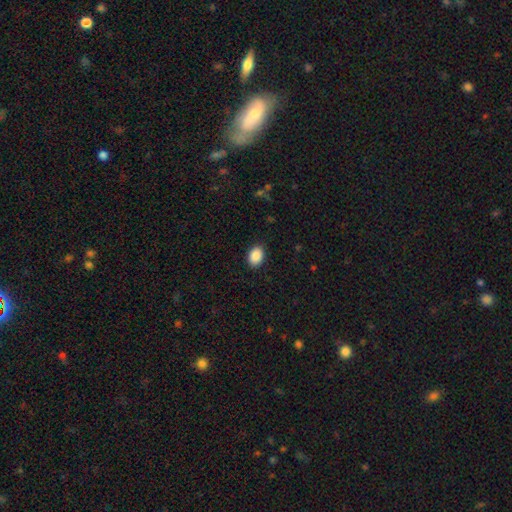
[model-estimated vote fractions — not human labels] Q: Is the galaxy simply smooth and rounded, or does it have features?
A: smooth — 90%.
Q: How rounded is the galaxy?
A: in between — 78%.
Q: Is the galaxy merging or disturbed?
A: none — 89%.